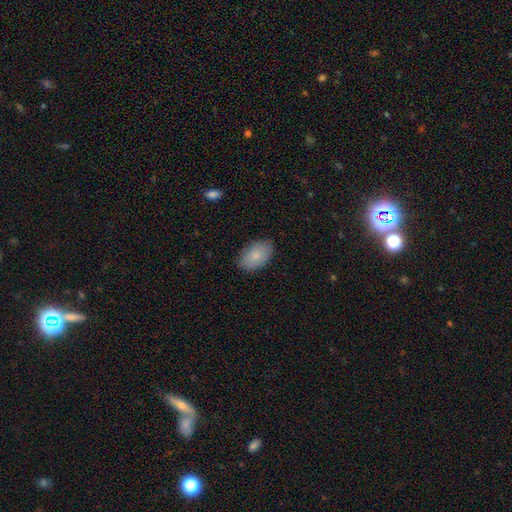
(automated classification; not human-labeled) The model was most divided on "merging": none: 84%, minor disturbance: 12%, major disturbance: 2%, merger: 1%. More confident: how rounded — in between (93%); smooth or featured — smooth (83%).